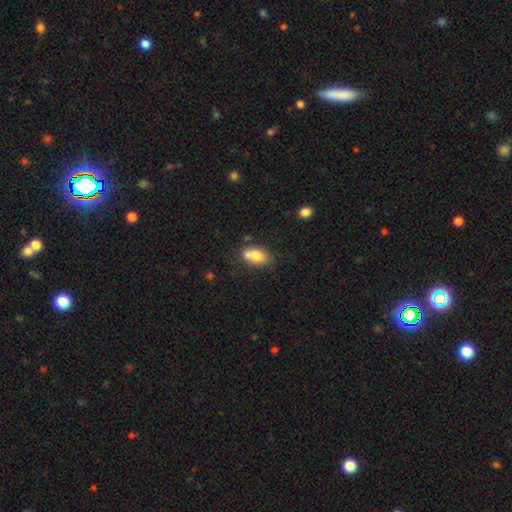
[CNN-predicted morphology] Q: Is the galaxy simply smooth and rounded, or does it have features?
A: smooth — 76%.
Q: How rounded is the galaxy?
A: in between — 87%.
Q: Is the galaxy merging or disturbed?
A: none — 51%.